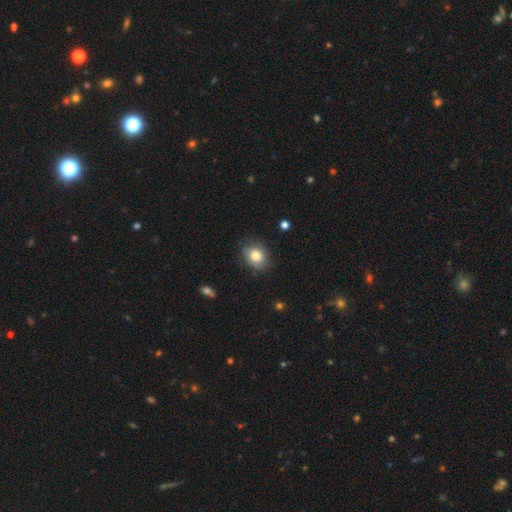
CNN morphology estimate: Smooth or featured: smooth — 75% (featured or disk — 16%)
How rounded: in between — 52% (round — 47%)
Merging: none — 74% (minor disturbance — 20%)